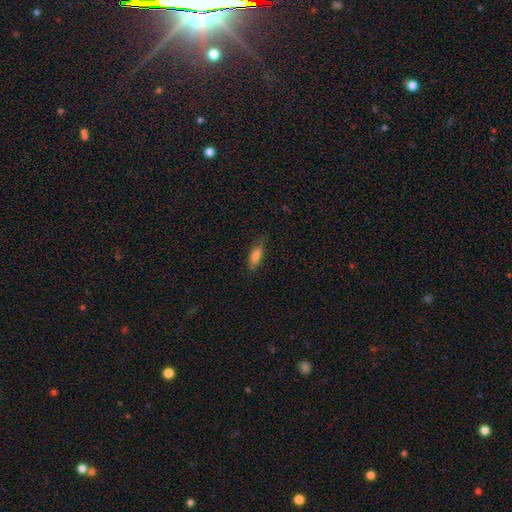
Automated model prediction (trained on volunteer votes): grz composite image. It shows a smooth galaxy with no disk features (80%) that is in between round and cigar-shaped (57%). Merging: none (77%).